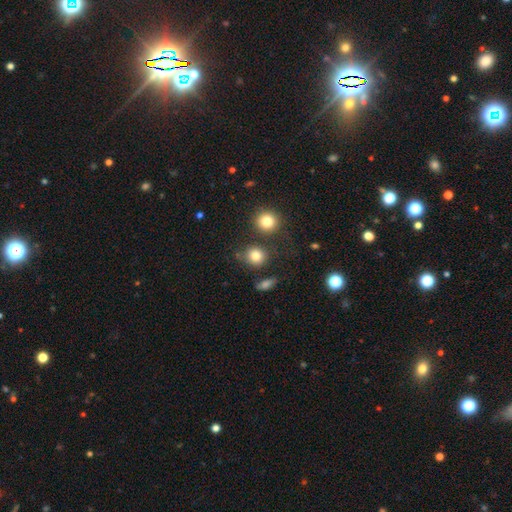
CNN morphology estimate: Smooth or featured? smooth (81%)
How rounded? round (77%)
Merging? none (73%)